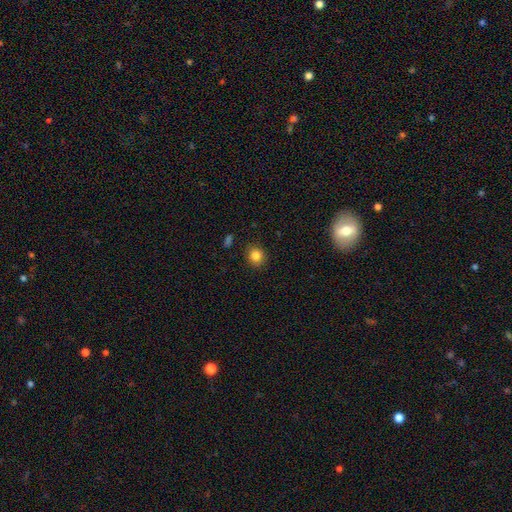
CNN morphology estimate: smooth-or-featured: smooth: 83% | star or artifact: 11% | featured or disk: 6%
  how-rounded: round: 80% | in between: 19% | cigar-shaped: 1%
  merging: none: 88% | minor disturbance: 9% | major disturbance: 2% | merger: 1%